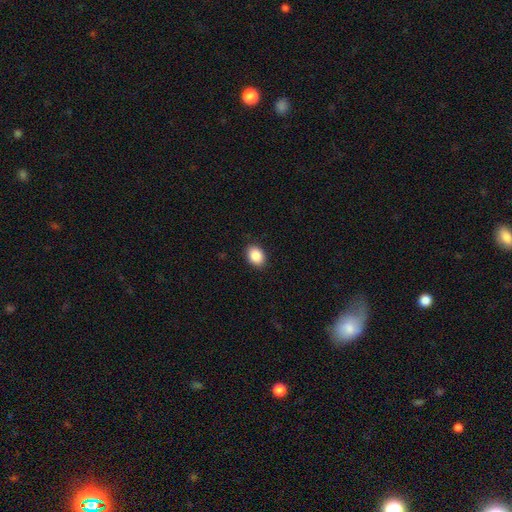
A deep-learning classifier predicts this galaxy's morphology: Smooth or featured?
  - smooth: 88% *
  - star or artifact: 8%
  - featured or disk: 4%
How rounded?
  - in between: 69% *
  - round: 30%
  - cigar-shaped: 1%
Merging?
  - none: 89% *
  - minor disturbance: 8%
  - major disturbance: 2%
  - merger: 1%